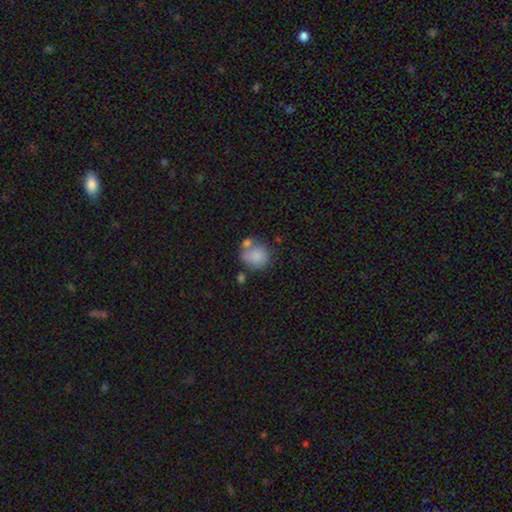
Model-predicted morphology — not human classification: smooth 82%, featured or disk 10%, star or artifact 9%. Down the decision tree: how rounded — round (79%); merging — none (52%).